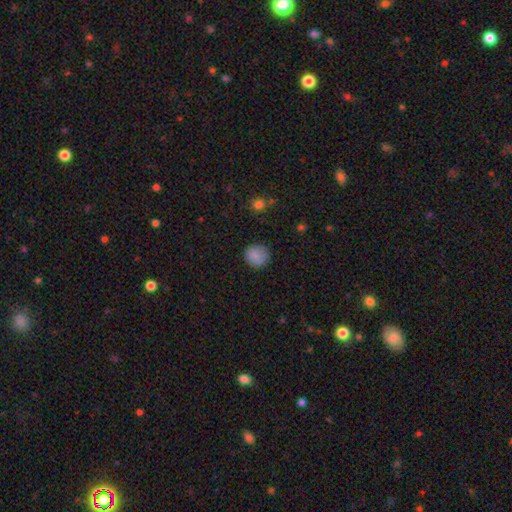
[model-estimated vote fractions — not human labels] smooth_or_featured: smooth (p=0.84) [alt: star or artifact p=0.09]
how_rounded: round (p=0.90) [alt: in between p=0.09]
merging: none (p=0.84) [alt: minor disturbance p=0.11]